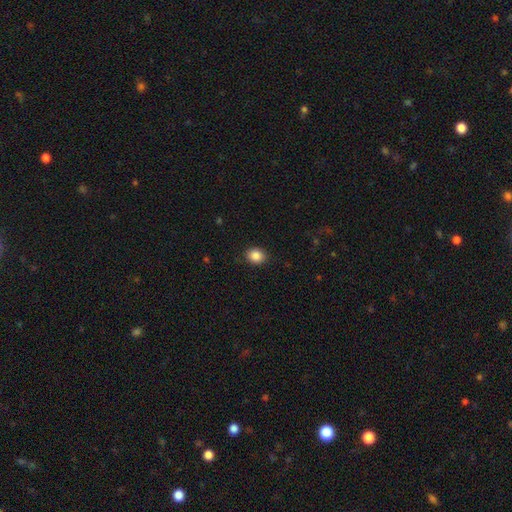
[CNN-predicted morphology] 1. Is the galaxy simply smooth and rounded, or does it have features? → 87% smooth, 9% star or artifact, 4% featured or disk.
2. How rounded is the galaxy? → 55% round, 45% in between, 1% cigar-shaped.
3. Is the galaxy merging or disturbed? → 87% none, 9% minor disturbance, 3% major disturbance, 1% merger.